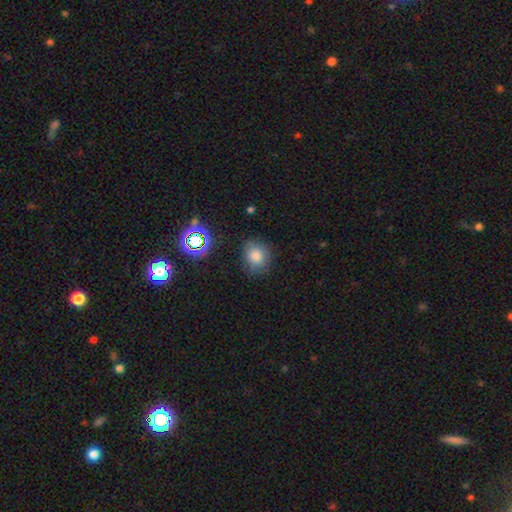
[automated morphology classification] smooth_or_featured: smooth (p=0.78) [alt: star or artifact p=0.14]
how_rounded: round (p=0.71) [alt: in between p=0.28]
merging: none (p=0.76) [alt: minor disturbance p=0.17]